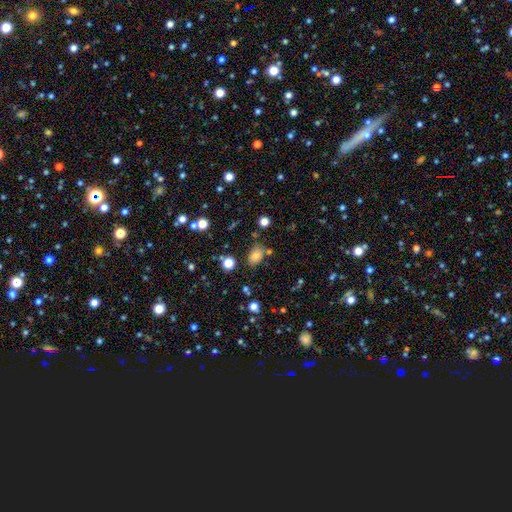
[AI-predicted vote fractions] Morphology: type=smooth (77%); roundness=in between (76%); merging=none (74%).